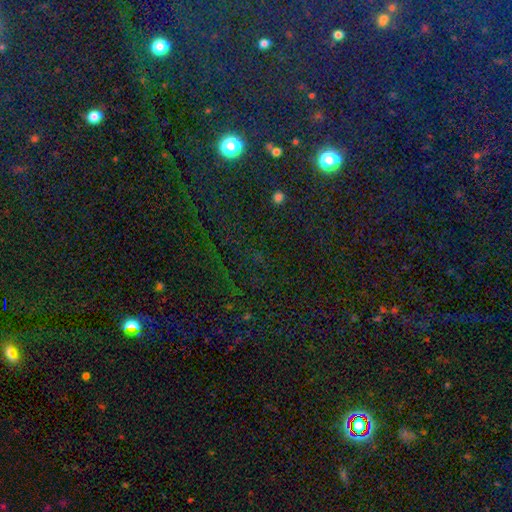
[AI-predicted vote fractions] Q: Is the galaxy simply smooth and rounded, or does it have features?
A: star or artifact — 74%.